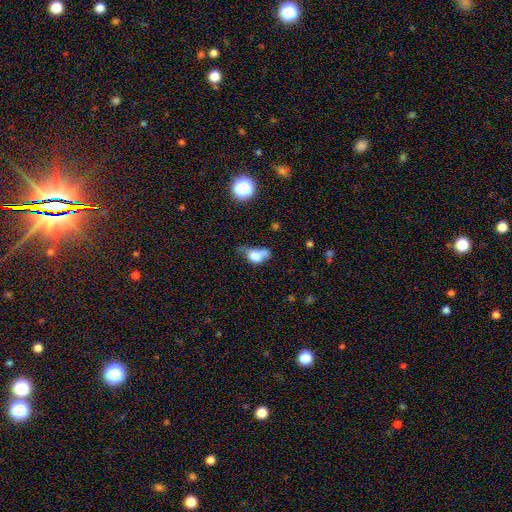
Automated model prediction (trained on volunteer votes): smooth_or_featured: smooth (p=0.68) [alt: featured or disk p=0.20]
how_rounded: in between (p=0.73) [alt: round p=0.22]
merging: minor disturbance (p=0.31) [alt: major disturbance p=0.29]